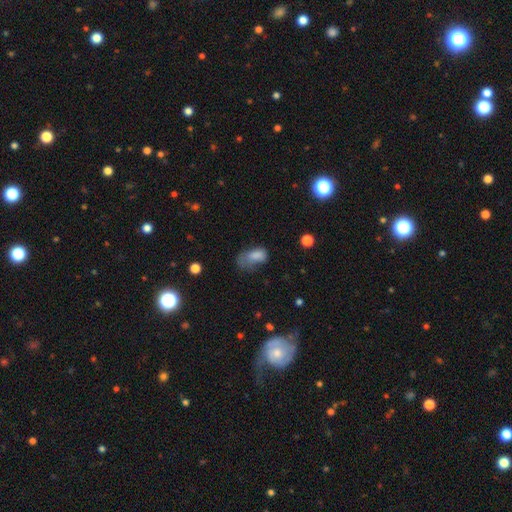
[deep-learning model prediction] smooth_or_featured: smooth (p=0.75) [alt: featured or disk p=0.14]
how_rounded: in between (p=0.89) [alt: round p=0.08]
merging: major disturbance (p=0.40) [alt: minor disturbance p=0.31]